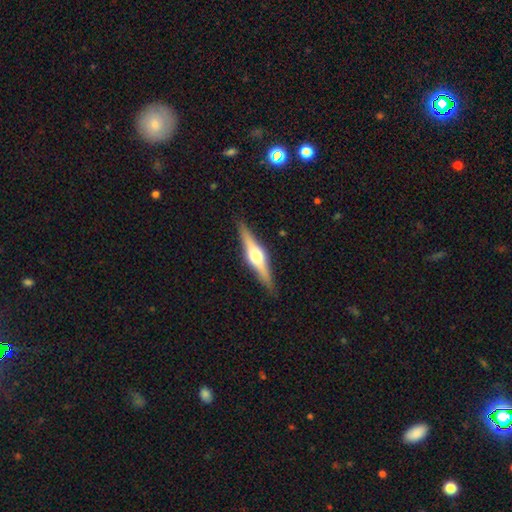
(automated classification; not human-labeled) A featured or disk galaxy (73%) viewed edge-on (97%) with a rounded central bulge (94%).

Vote fractions:
- Smooth or featured? featured or disk: 73% / smooth: 22% / star or artifact: 6%
- Edge-on disk? yes: 97% / no: 3%
- Edge-on bulge? rounded: 94% / boxy: 4% / none: 2%
- Merging? none: 89% / minor disturbance: 8% / major disturbance: 2% / merger: 1%